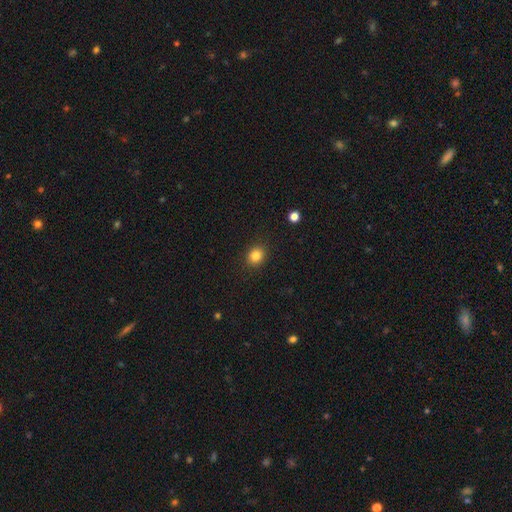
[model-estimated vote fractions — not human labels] smooth-or-featured: smooth: 84% | star or artifact: 11% | featured or disk: 5%
  how-rounded: round: 68% | in between: 31% | cigar-shaped: 1%
  merging: none: 89% | minor disturbance: 7% | major disturbance: 2% | merger: 1%